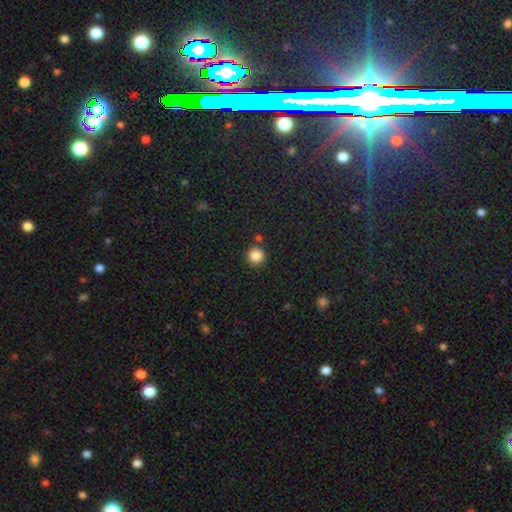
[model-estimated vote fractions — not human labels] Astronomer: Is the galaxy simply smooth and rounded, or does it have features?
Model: smooth — 86%.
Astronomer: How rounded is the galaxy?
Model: round — 95%.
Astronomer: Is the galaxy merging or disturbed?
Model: none — 87%.